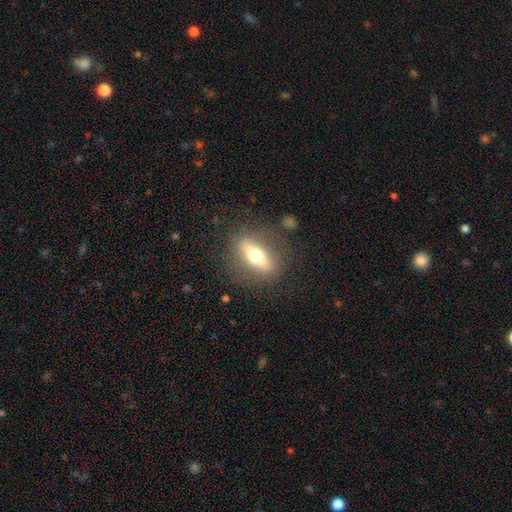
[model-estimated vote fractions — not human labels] A featured or disk galaxy (51%) viewed edge-on (66%).

Vote fractions:
- Smooth or featured? featured or disk: 51% / smooth: 42% / star or artifact: 7%
- Edge-on disk? yes: 66% / no: 34%
- Merging? none: 82% / minor disturbance: 11% / major disturbance: 6% / merger: 2%